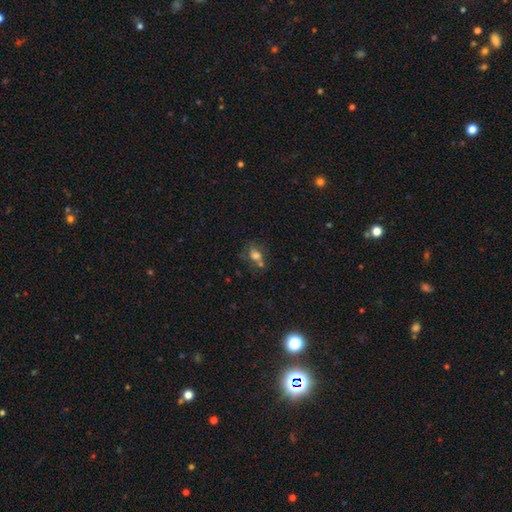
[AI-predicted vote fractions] This appears to be a smooth galaxy with no disk features (59%) that is in between round and cigar-shaped (60%). Merging: none (40%).